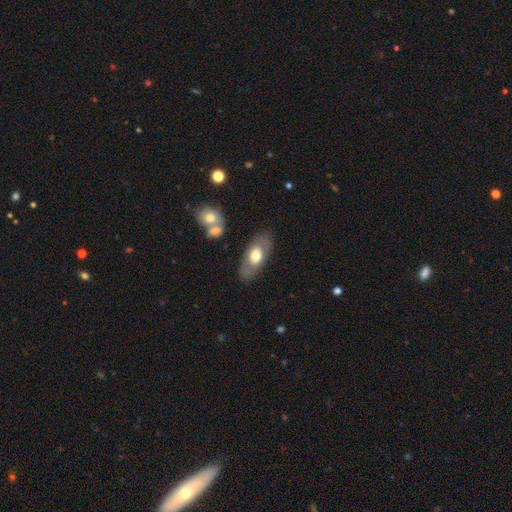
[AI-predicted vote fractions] This appears to be a smooth galaxy with no disk features (54%) that is in between round and cigar-shaped (88%). Merging: none (78%).